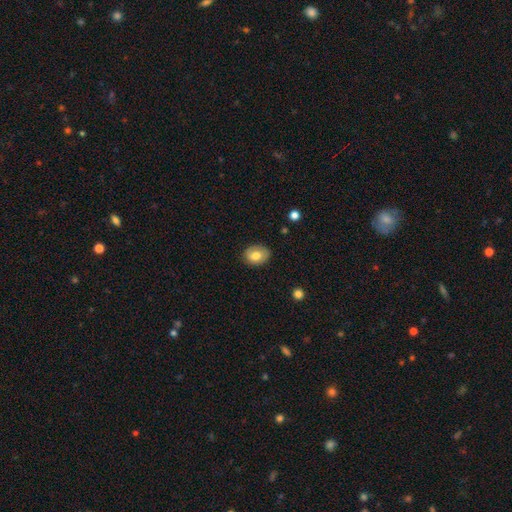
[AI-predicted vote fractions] Morphology: type=smooth (76%); roundness=in between (58%); merging=none (81%).